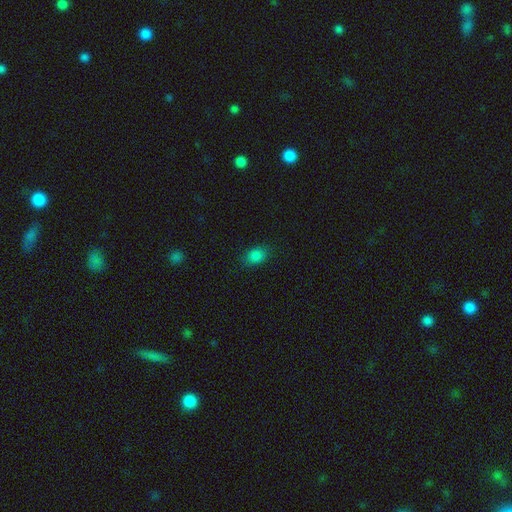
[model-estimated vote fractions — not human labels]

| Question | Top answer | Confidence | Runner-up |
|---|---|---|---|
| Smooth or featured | smooth | 83% | star or artifact (12%) |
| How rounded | in between | 75% | round (23%) |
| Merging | none | 83% | minor disturbance (13%) |